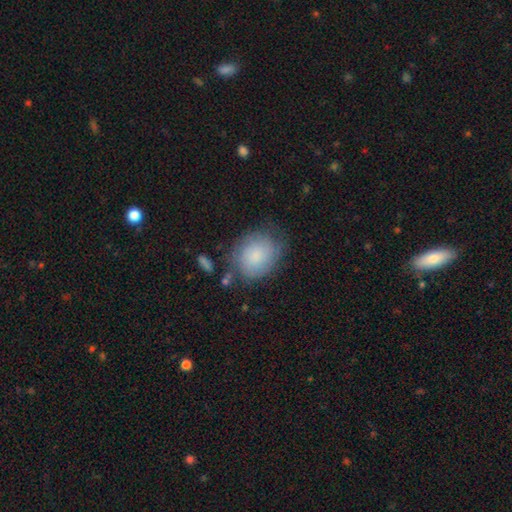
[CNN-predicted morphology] Smooth or featured? smooth (72%)
How rounded? round (55%)
Merging? none (62%)